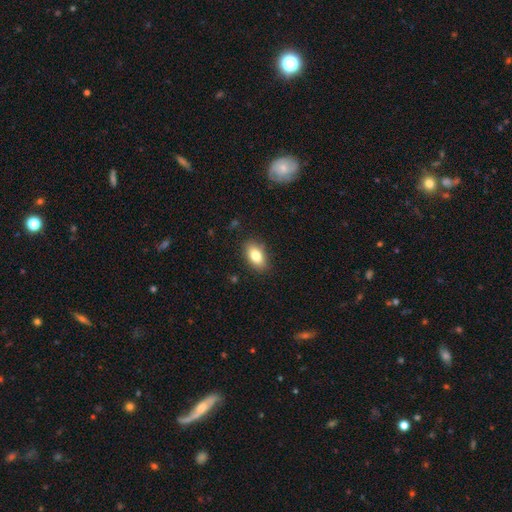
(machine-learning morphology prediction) Q: Smooth or featured?
A: smooth (81%); runner-up: featured or disk (11%)
Q: How rounded?
A: in between (89%); runner-up: round (7%)
Q: Merging?
A: none (86%); runner-up: minor disturbance (11%)